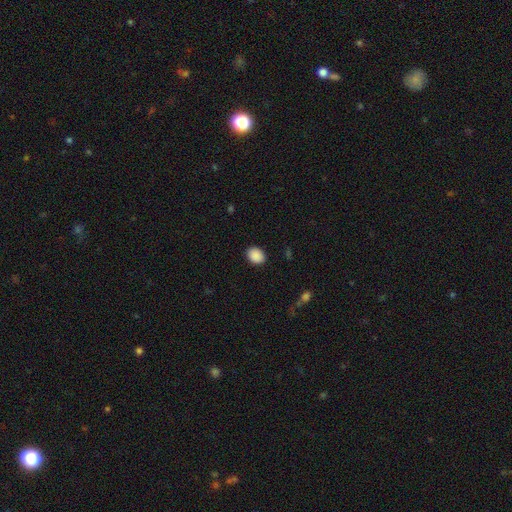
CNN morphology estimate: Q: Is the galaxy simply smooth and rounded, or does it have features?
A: smooth — 89%.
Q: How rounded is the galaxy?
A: in between — 57%.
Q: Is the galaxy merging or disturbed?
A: none — 88%.